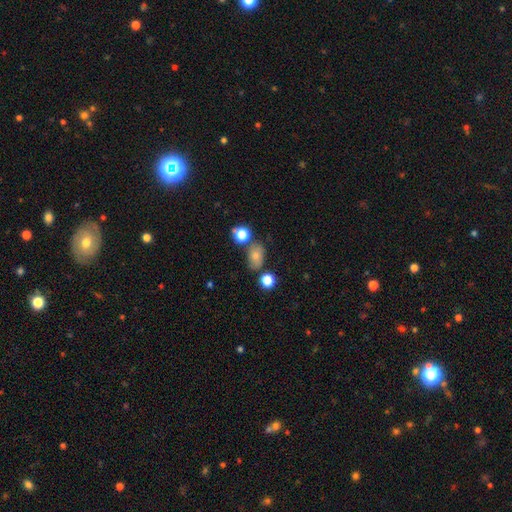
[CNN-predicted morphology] A smooth galaxy with no disk features (71%) that is in between round and cigar-shaped (75%).

Vote fractions:
- Smooth or featured? smooth: 71% / featured or disk: 15% / star or artifact: 14%
- How rounded? in between: 75% / round: 23% / cigar-shaped: 2%
- Merging? none: 64% / minor disturbance: 19% / merger: 11% / major disturbance: 6%